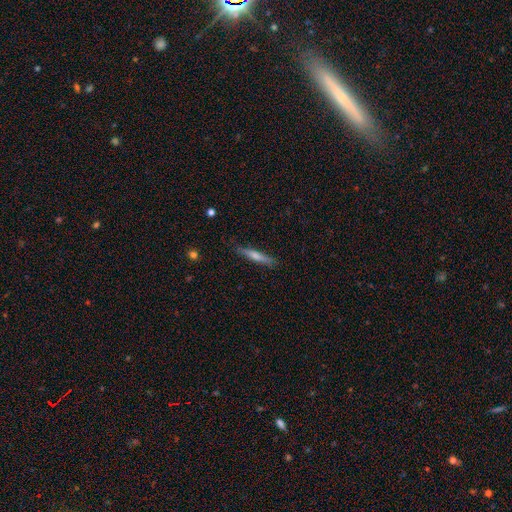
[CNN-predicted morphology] Smooth or featured?
  - smooth: 59% *
  - featured or disk: 35%
  - star or artifact: 6%
How rounded?
  - cigar-shaped: 92% *
  - in between: 6%
  - round: 1%
Merging?
  - none: 85% *
  - minor disturbance: 11%
  - major disturbance: 2%
  - merger: 1%